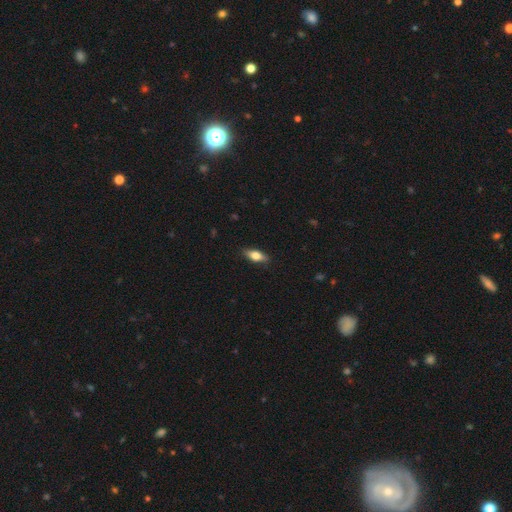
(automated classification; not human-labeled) Smooth or featured? smooth (66%)
How rounded? in between (71%)
Merging? none (86%)